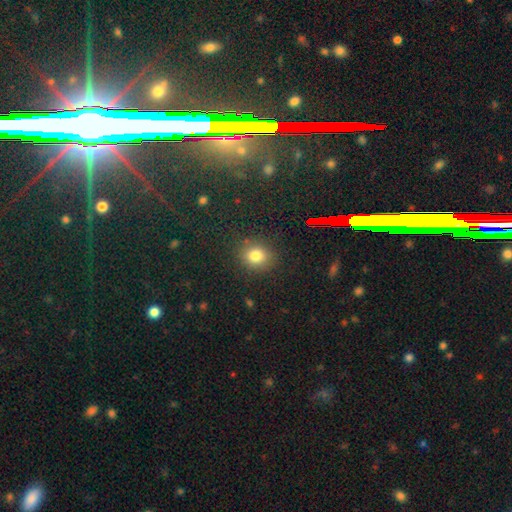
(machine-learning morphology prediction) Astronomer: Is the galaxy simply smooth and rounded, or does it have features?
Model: smooth — 78%.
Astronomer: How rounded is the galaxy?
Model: round — 75%.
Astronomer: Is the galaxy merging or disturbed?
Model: none — 85%.